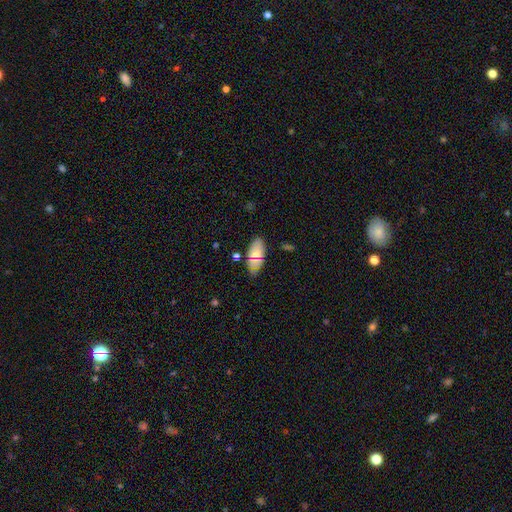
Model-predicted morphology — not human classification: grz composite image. It shows a smooth galaxy with no disk features (73%) that is in between round and cigar-shaped (92%). Merging: none (83%).